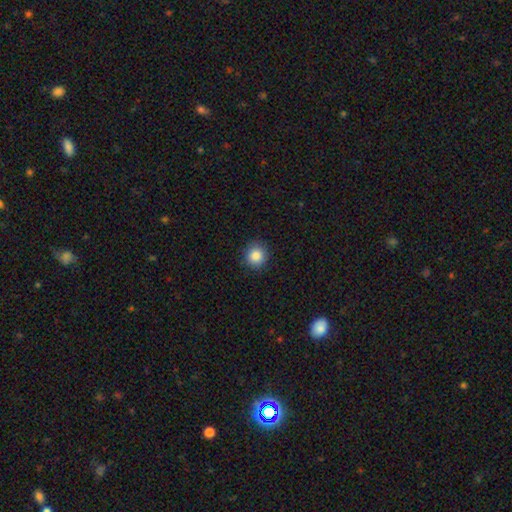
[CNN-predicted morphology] Smooth or featured? Predicted: smooth (p=0.85). How rounded? Predicted: round (p=0.92). Merging? Predicted: none (p=0.91).